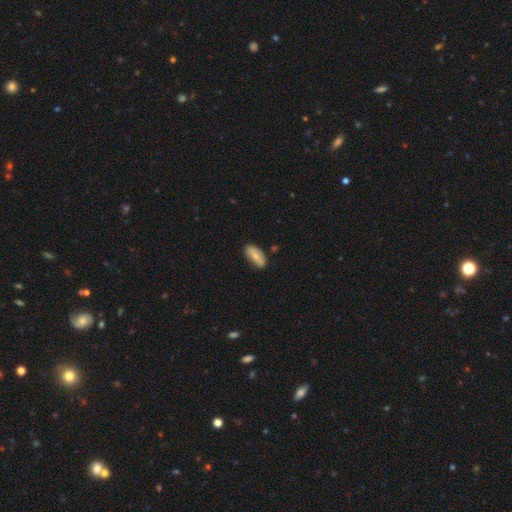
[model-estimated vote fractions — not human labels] Smooth or featured?
  - smooth: 70% *
  - featured or disk: 24%
  - star or artifact: 6%
How rounded?
  - in between: 84% *
  - cigar-shaped: 13%
  - round: 3%
Merging?
  - none: 76% *
  - minor disturbance: 18%
  - major disturbance: 3%
  - merger: 2%